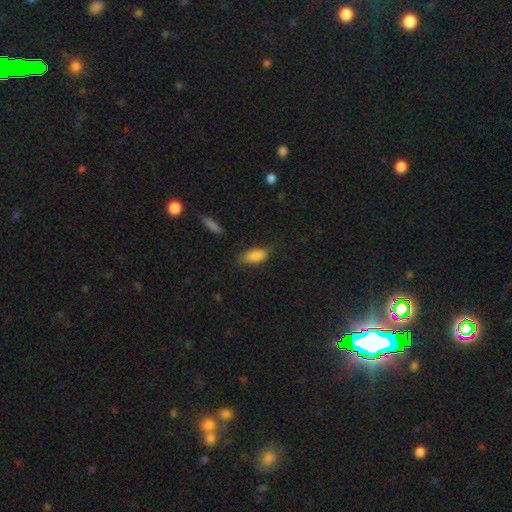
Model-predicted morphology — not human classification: Smooth or featured?
  - smooth: 87% *
  - star or artifact: 7%
  - featured or disk: 6%
How rounded?
  - in between: 83% *
  - cigar-shaped: 15%
  - round: 2%
Merging?
  - none: 72% *
  - minor disturbance: 21%
  - major disturbance: 5%
  - merger: 2%